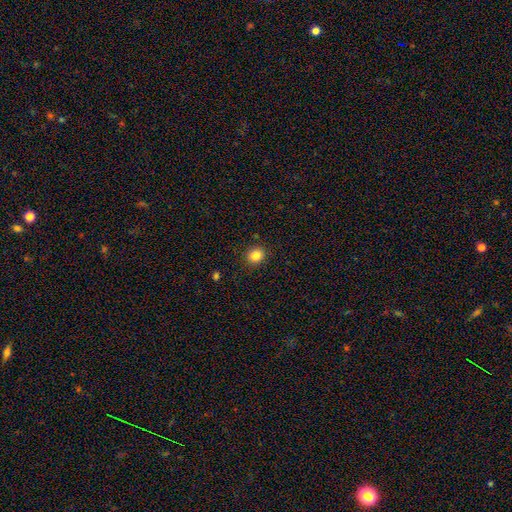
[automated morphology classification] Smooth or featured? Predicted: smooth (p=0.84). How rounded? Predicted: round (p=0.81). Merging? Predicted: none (p=0.90).